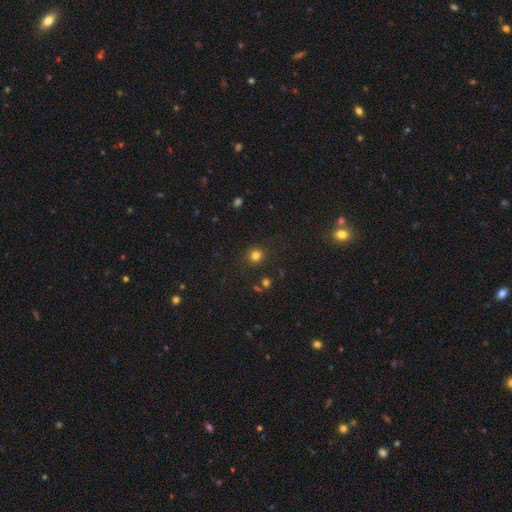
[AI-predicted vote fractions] The model was most divided on "smooth or featured": smooth: 79%, star or artifact: 15%, featured or disk: 6%. More confident: how rounded — round (91%); merging — none (86%).